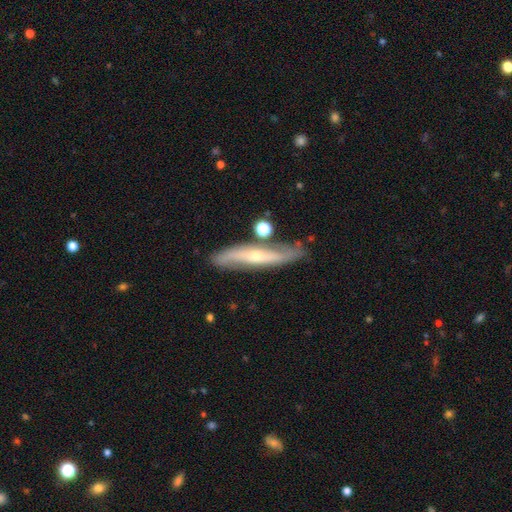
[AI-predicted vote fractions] Morphology: type=featured or disk (70%); edge-on=yes (53%); merging=none (70%).